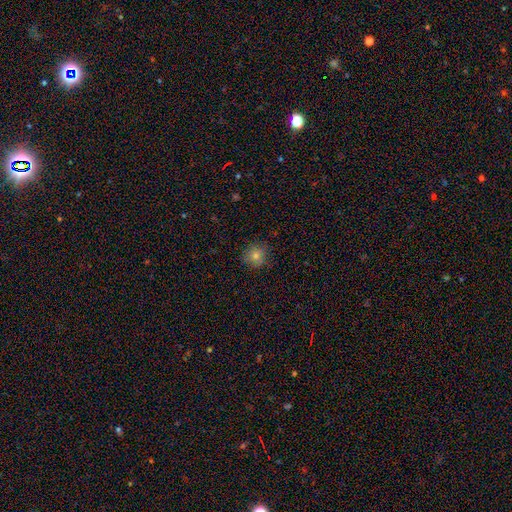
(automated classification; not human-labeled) Smooth or featured: smooth — 78% (star or artifact — 14%)
How rounded: round — 92% (in between — 7%)
Merging: none — 86% (minor disturbance — 10%)